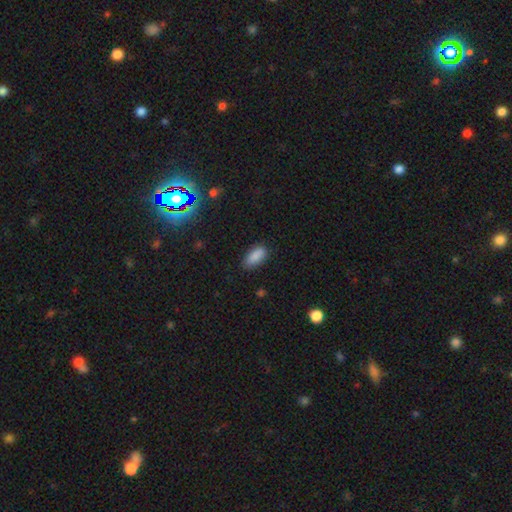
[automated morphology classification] Overall: smooth (87%). How rounded: in between (88%). Merging: none (81%).